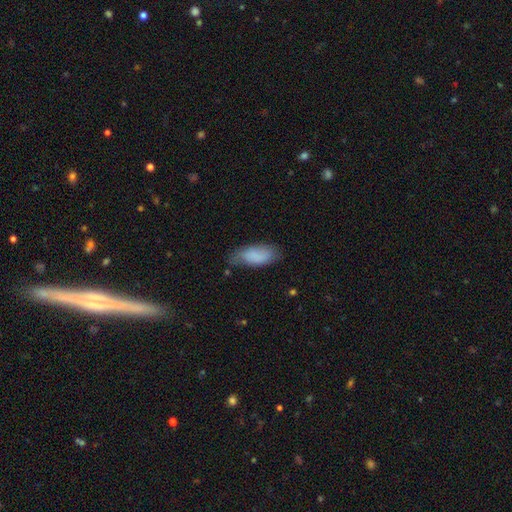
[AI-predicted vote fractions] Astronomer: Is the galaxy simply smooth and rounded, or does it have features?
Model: smooth — 83%.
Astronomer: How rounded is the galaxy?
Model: in between — 84%.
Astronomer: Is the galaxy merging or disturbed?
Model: none — 61%.